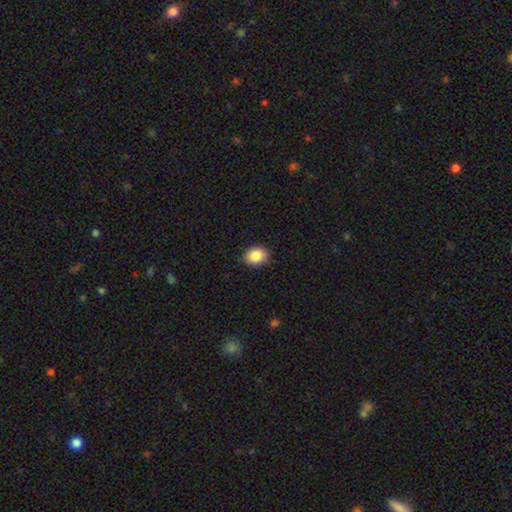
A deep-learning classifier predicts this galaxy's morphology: type=smooth (86%); roundness=round (52%); merging=none (86%).